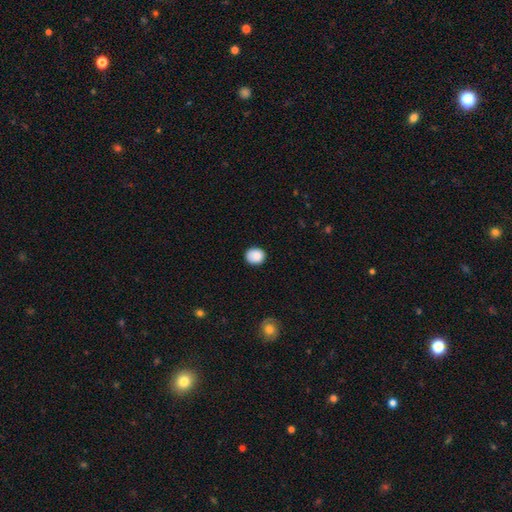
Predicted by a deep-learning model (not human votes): This appears to be a smooth galaxy with no disk features (88%) that is round (73%). Merging: none (82%).